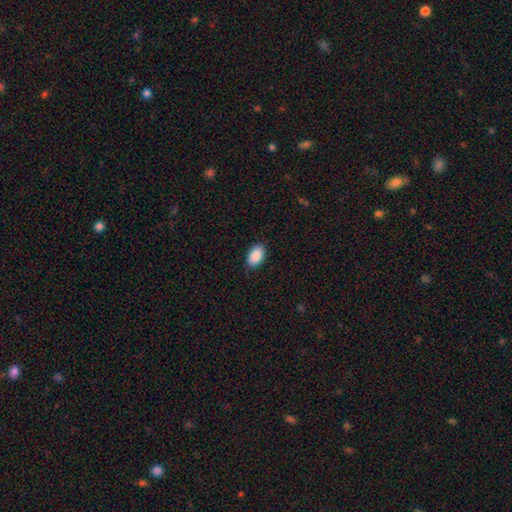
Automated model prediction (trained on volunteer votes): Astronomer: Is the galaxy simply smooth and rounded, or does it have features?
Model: smooth — 90%.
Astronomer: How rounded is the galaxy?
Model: in between — 93%.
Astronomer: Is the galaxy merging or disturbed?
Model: none — 87%.